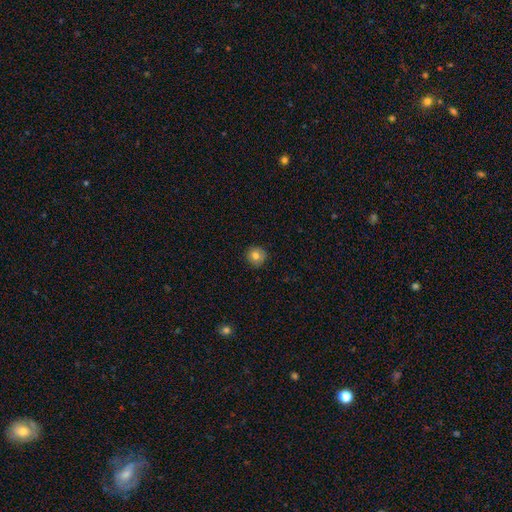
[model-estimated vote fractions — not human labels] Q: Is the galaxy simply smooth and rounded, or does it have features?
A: smooth — 79%.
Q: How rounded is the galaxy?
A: round — 94%.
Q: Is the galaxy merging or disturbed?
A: none — 87%.